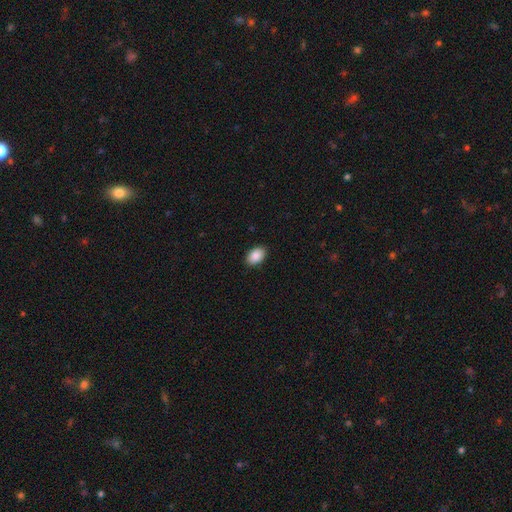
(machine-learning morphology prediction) Smooth or featured?
  - smooth: 88% *
  - star or artifact: 7%
  - featured or disk: 5%
How rounded?
  - in between: 87% *
  - round: 12%
  - cigar-shaped: 1%
Merging?
  - none: 90% *
  - minor disturbance: 7%
  - major disturbance: 2%
  - merger: 1%